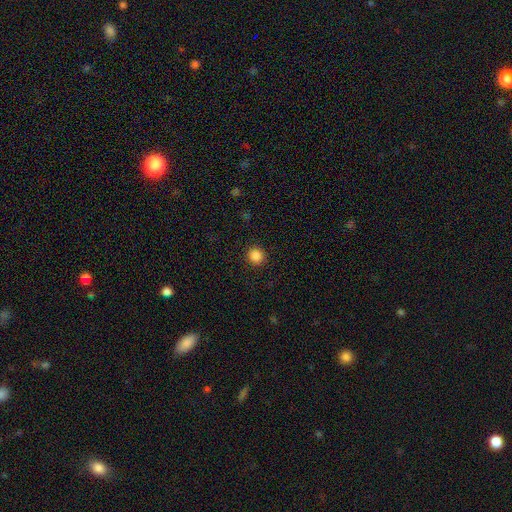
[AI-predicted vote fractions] A smooth galaxy with no disk features (86%) that is round (92%).

Vote fractions:
- Smooth or featured? smooth: 86% / star or artifact: 11% / featured or disk: 3%
- How rounded? round: 92% / in between: 7% / cigar-shaped: 1%
- Merging? none: 92% / minor disturbance: 5% / major disturbance: 2% / merger: 1%